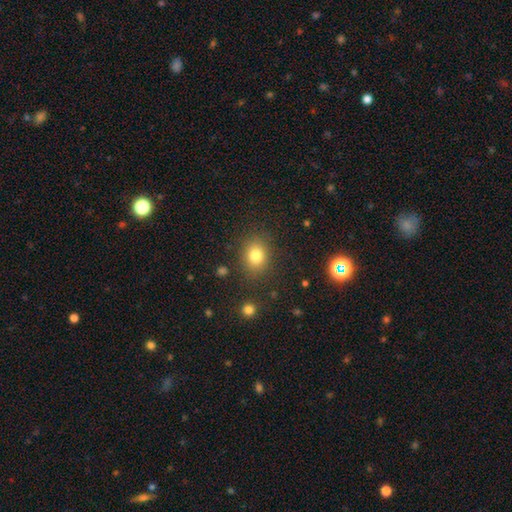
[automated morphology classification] Smooth or featured?
  - smooth: 80% *
  - star or artifact: 12%
  - featured or disk: 8%
How rounded?
  - round: 55% *
  - in between: 44%
  - cigar-shaped: 1%
Merging?
  - none: 84% *
  - minor disturbance: 10%
  - major disturbance: 4%
  - merger: 2%